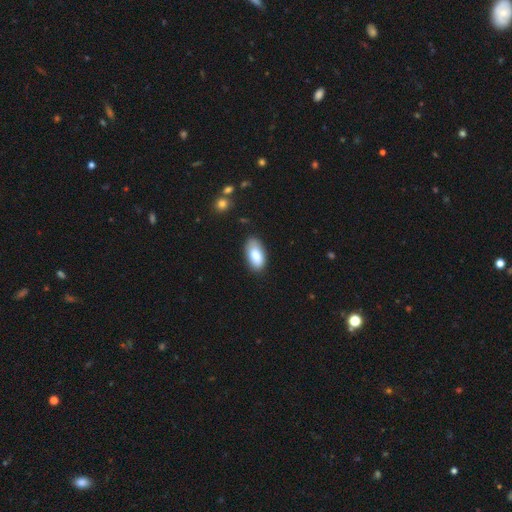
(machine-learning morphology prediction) This is clearly a smooth galaxy (83%). How rounded: clearly in between (93%). Merging: likely none (77%).